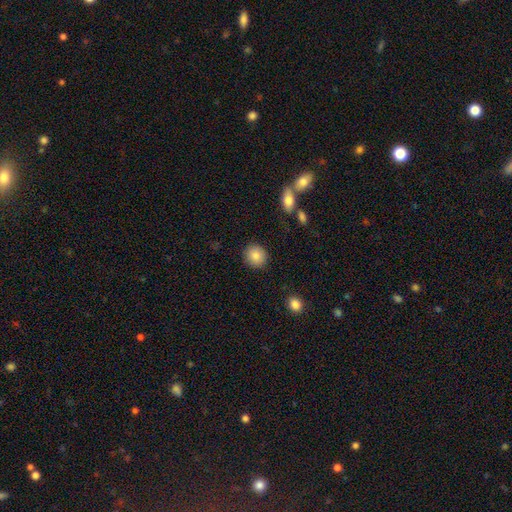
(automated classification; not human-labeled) smooth_or_featured: smooth (p=0.86) [alt: star or artifact p=0.08]
how_rounded: round (p=0.83) [alt: in between p=0.15]
merging: none (p=0.90) [alt: minor disturbance p=0.07]